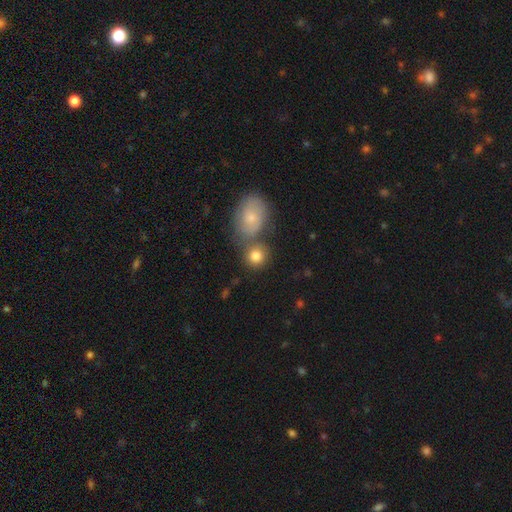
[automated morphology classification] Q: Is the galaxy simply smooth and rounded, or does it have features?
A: smooth — 82%.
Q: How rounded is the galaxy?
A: round — 82%.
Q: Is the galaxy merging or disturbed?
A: none — 56%.